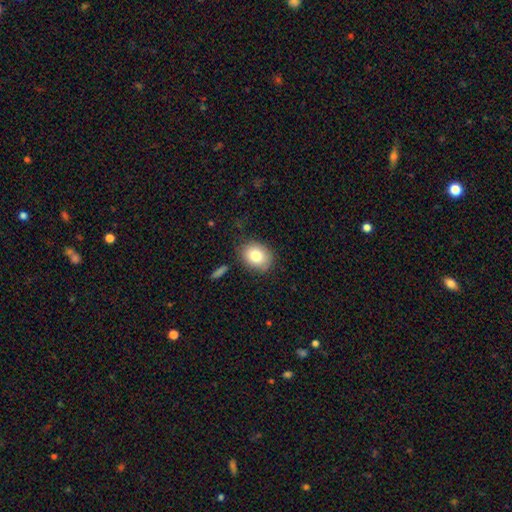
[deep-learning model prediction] Smooth or featured? Predicted: smooth (p=0.81). How rounded? Predicted: in between (p=0.55). Merging? Predicted: none (p=0.80).